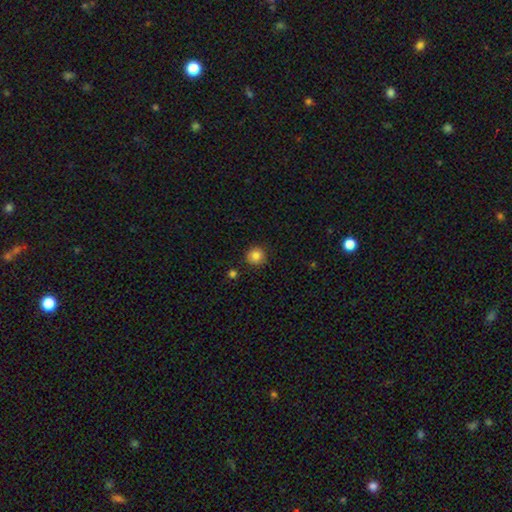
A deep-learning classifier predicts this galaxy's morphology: Smooth or featured? Predicted: smooth (p=0.85). How rounded? Predicted: round (p=0.94). Merging? Predicted: none (p=0.90).